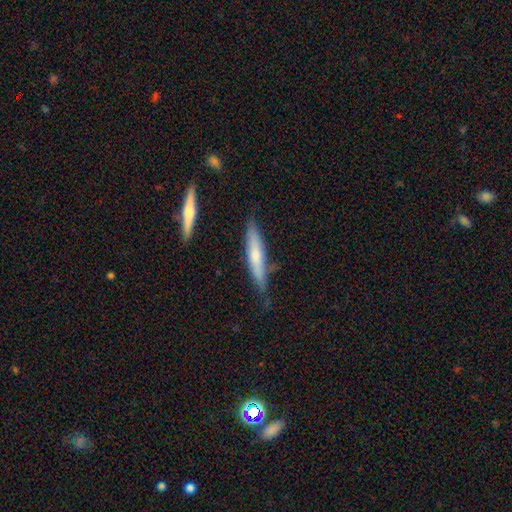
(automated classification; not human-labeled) Smooth or featured?
  - smooth: 58% *
  - featured or disk: 36%
  - star or artifact: 6%
How rounded?
  - cigar-shaped: 88% *
  - in between: 10%
  - round: 1%
Merging?
  - none: 73% *
  - minor disturbance: 20%
  - merger: 3%
  - major disturbance: 3%